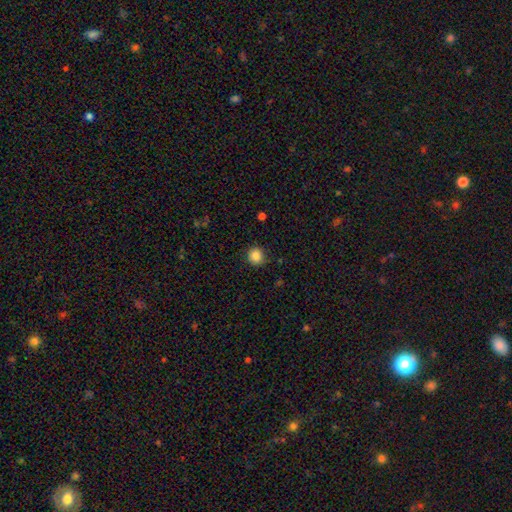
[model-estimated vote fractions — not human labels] Morphology: type=smooth (86%); roundness=round (91%); merging=none (90%).